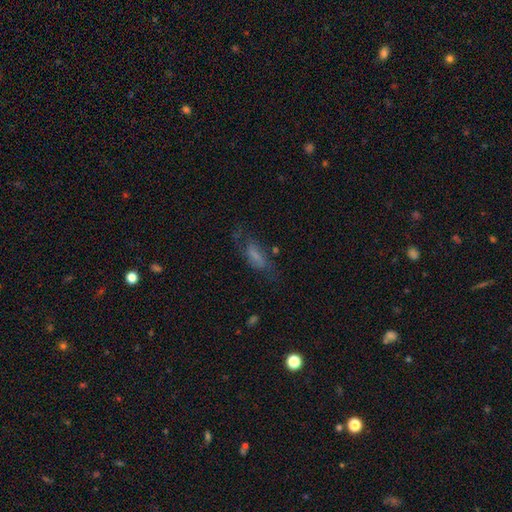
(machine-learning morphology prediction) smooth 46%, featured or disk 41%, star or artifact 13%. Down the decision tree: merging — none (53%).